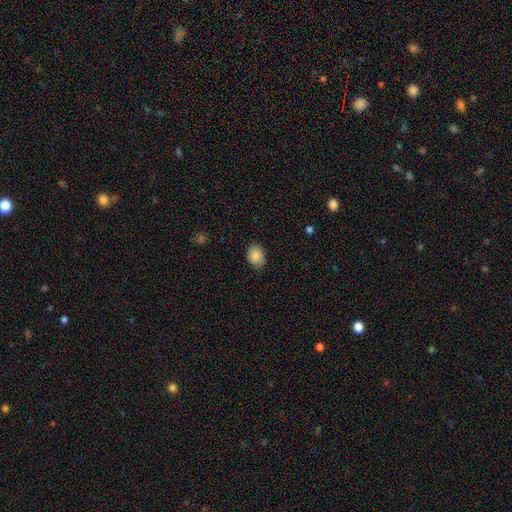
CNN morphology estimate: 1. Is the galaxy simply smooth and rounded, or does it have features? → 87% smooth, 8% star or artifact, 5% featured or disk.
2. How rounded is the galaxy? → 59% in between, 40% round, 1% cigar-shaped.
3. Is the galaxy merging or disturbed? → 83% none, 13% minor disturbance, 3% major disturbance, 1% merger.